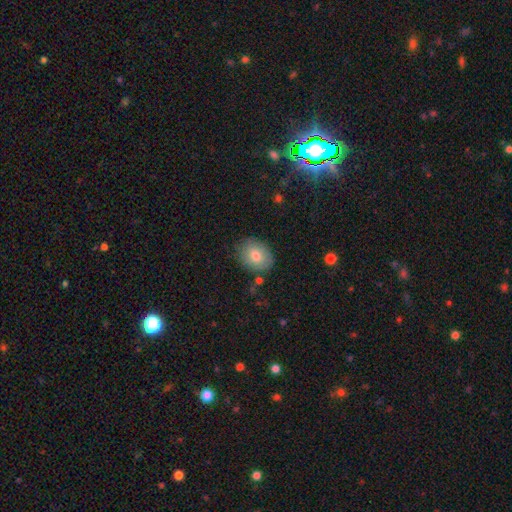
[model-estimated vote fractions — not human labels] smooth 76%, featured or disk 16%, star or artifact 8%. Down the decision tree: how rounded — in between (60%); merging — none (81%).